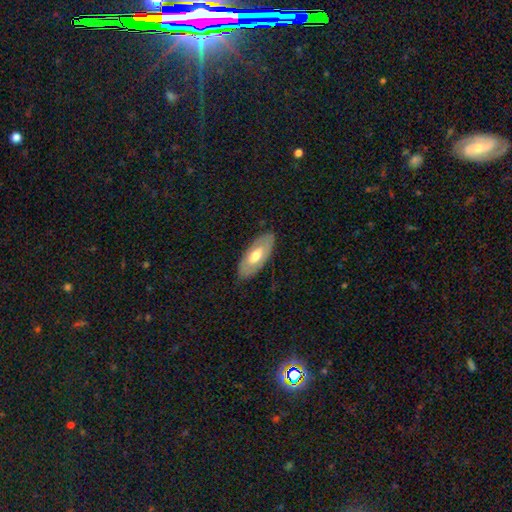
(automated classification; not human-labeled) Q: Smooth or featured?
A: smooth (53%); runner-up: featured or disk (42%)
Q: How rounded?
A: in between (88%); runner-up: cigar-shaped (10%)
Q: Merging?
A: none (85%); runner-up: minor disturbance (11%)